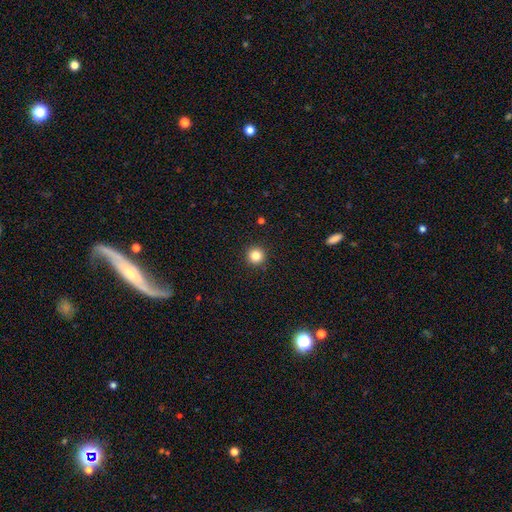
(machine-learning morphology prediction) Smooth or featured?
  - smooth: 83% *
  - star or artifact: 12%
  - featured or disk: 5%
How rounded?
  - round: 96% *
  - in between: 3%
  - cigar-shaped: 1%
Merging?
  - none: 93% *
  - minor disturbance: 4%
  - major disturbance: 2%
  - merger: 1%